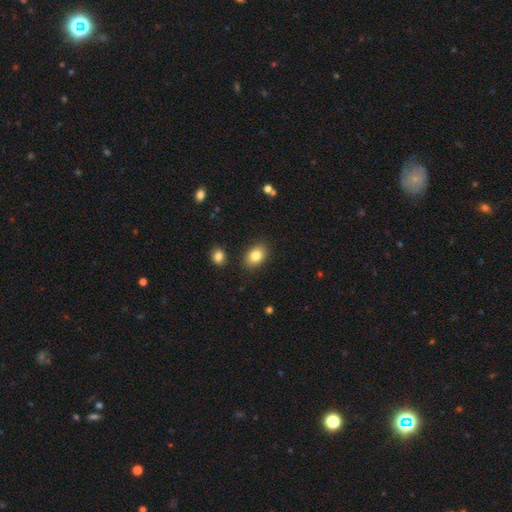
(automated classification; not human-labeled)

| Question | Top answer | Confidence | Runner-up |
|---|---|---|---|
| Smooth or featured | smooth | 83% | star or artifact (9%) |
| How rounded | in between | 79% | round (20%) |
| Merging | none | 85% | minor disturbance (10%) |